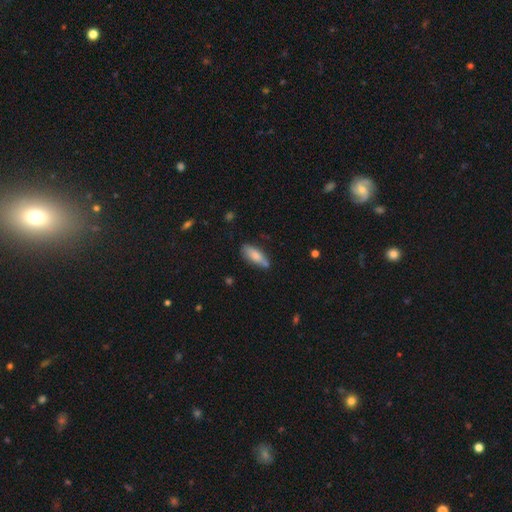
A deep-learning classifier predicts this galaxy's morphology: Smooth or featured?
  - smooth: 77% *
  - featured or disk: 17%
  - star or artifact: 6%
How rounded?
  - in between: 61% *
  - cigar-shaped: 37%
  - round: 2%
Merging?
  - none: 70% *
  - minor disturbance: 20%
  - merger: 6%
  - major disturbance: 4%